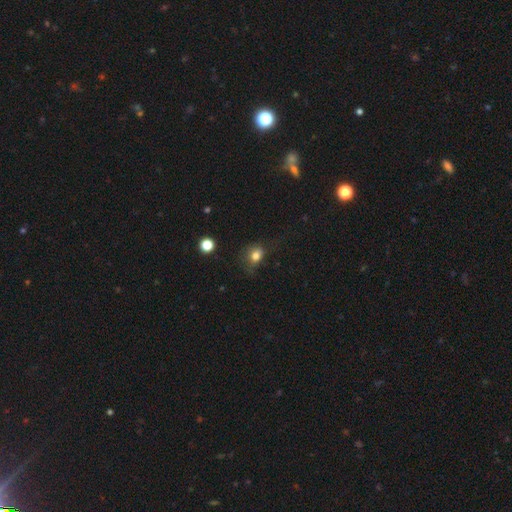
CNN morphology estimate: type=smooth (79%); roundness=round (54%); merging=none (57%).